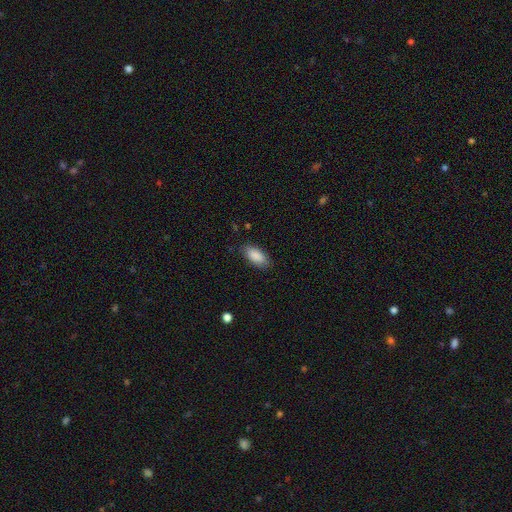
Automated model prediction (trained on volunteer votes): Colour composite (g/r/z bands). It shows a smooth galaxy with no disk features (89%) that is in between round and cigar-shaped (90%). Merging: none (84%).